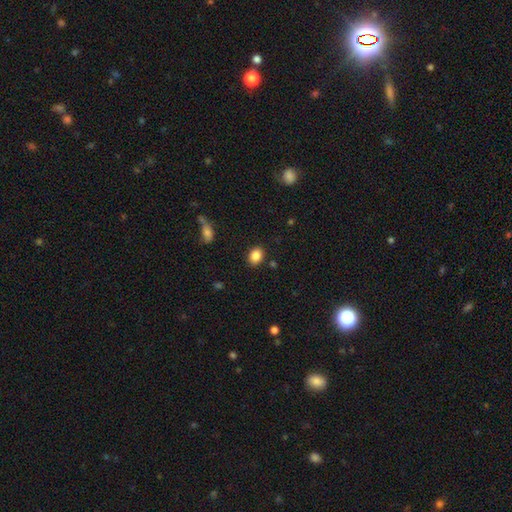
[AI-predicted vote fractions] smooth-or-featured: smooth: 86% | star or artifact: 9% | featured or disk: 5%
  how-rounded: in between: 60% | round: 39% | cigar-shaped: 1%
  merging: none: 86% | minor disturbance: 9% | major disturbance: 3% | merger: 2%